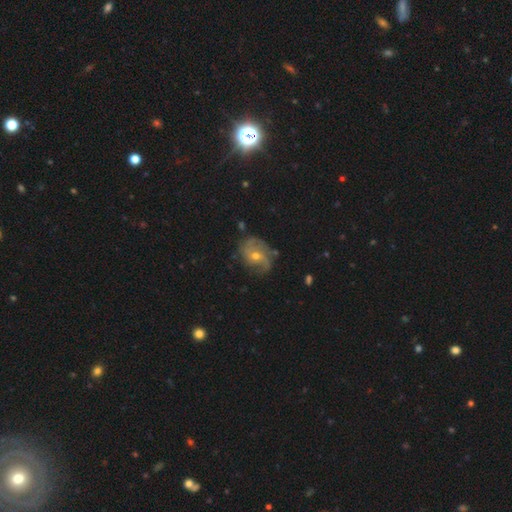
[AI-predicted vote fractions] A featured or disk galaxy (74%) with no bar (65%), 2 (40%) medium (43%) spiral arms (91%) and a moderate central bulge (49%). Merging: none (66%).